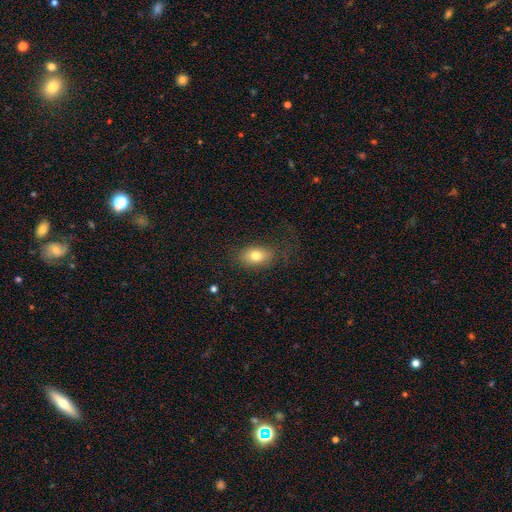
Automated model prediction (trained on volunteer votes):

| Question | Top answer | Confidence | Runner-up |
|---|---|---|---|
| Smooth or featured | smooth | 78% | featured or disk (12%) |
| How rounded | in between | 85% | round (13%) |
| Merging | none | 74% | minor disturbance (15%) |